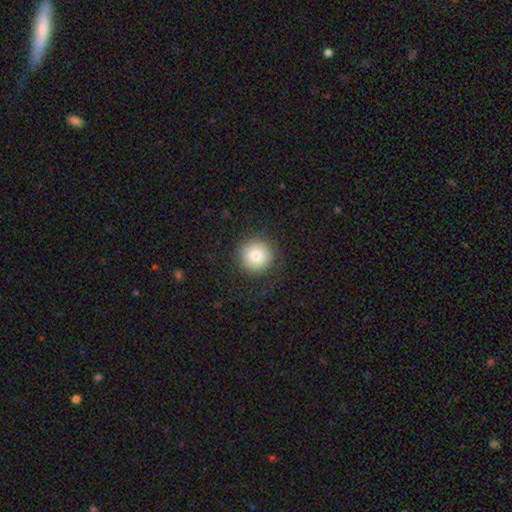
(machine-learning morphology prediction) This appears to be a smooth galaxy with no disk features (78%) that is round (95%). Merging: none (82%).